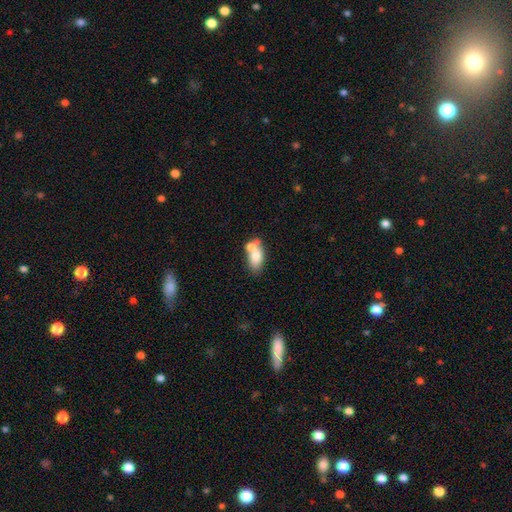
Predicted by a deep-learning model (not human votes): This appears to be a smooth galaxy with no disk features (71%) that is in between round and cigar-shaped (86%). Merging: merger (42%).